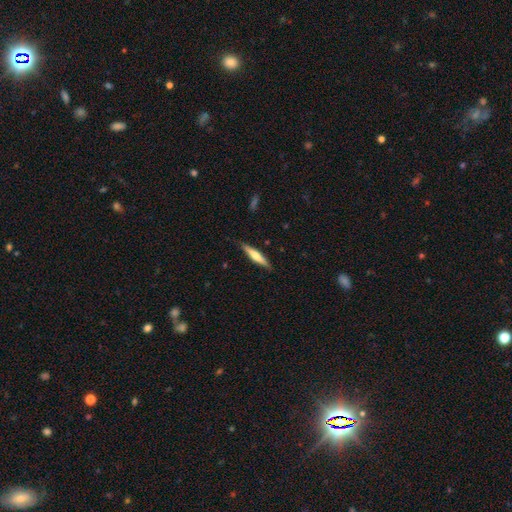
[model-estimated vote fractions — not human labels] smooth-or-featured: smooth: 48% | featured or disk: 46% | star or artifact: 5%
  merging: none: 86% | minor disturbance: 11% | major disturbance: 2% | merger: 1%